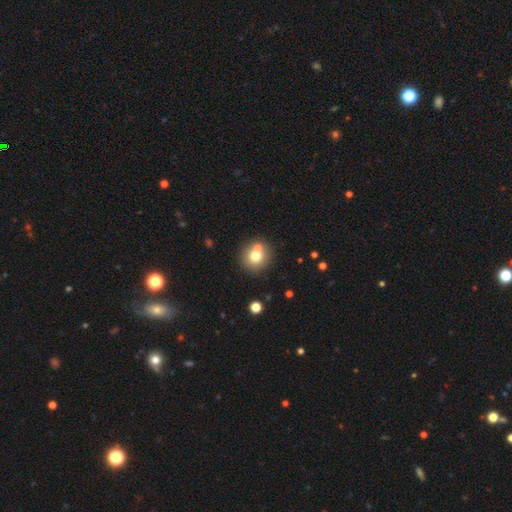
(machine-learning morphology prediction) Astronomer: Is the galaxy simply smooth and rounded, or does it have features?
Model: smooth — 73%.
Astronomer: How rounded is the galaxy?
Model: round — 90%.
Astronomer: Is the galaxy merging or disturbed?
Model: none — 67%.